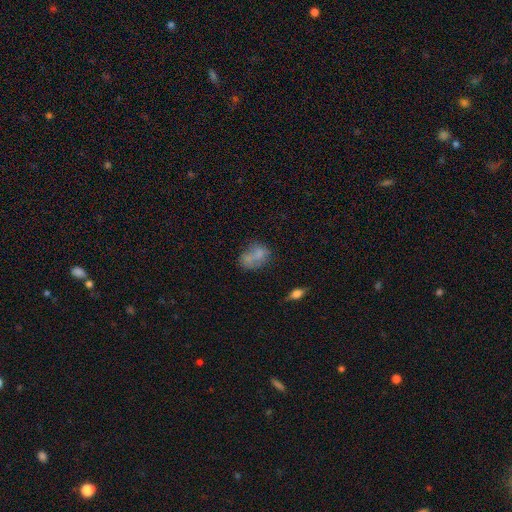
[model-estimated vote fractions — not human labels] The model was most divided on "merging": none: 41%, minor disturbance: 23%, merger: 21%, major disturbance: 15%. More confident: how rounded — in between (73%); smooth or featured — smooth (63%).